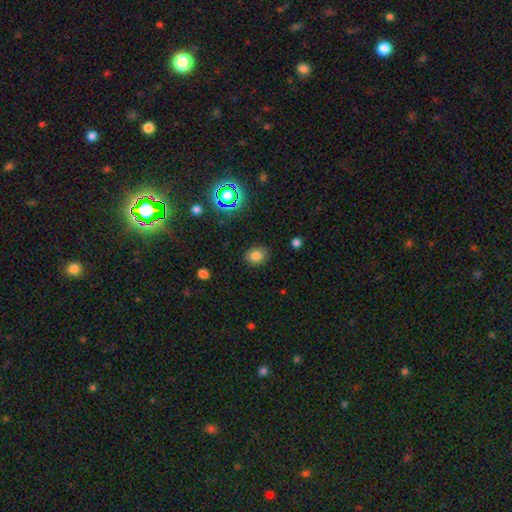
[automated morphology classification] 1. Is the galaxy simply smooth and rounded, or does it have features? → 78% smooth, 15% star or artifact, 7% featured or disk.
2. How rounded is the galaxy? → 56% round, 43% in between, 1% cigar-shaped.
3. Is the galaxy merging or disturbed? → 86% none, 10% minor disturbance, 3% major disturbance, 1% merger.